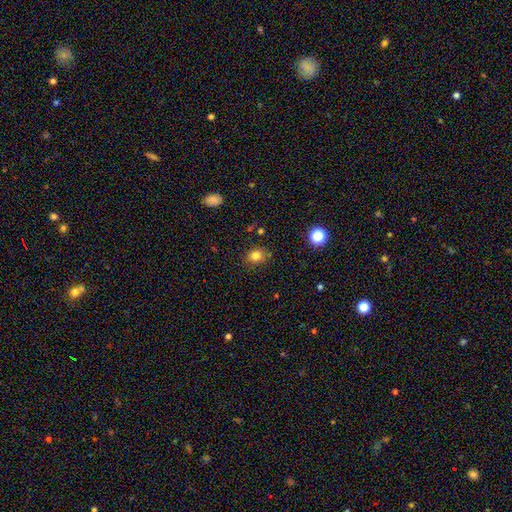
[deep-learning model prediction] This appears to be a smooth galaxy with no disk features (80%) that is round (69%). Merging: none (82%).